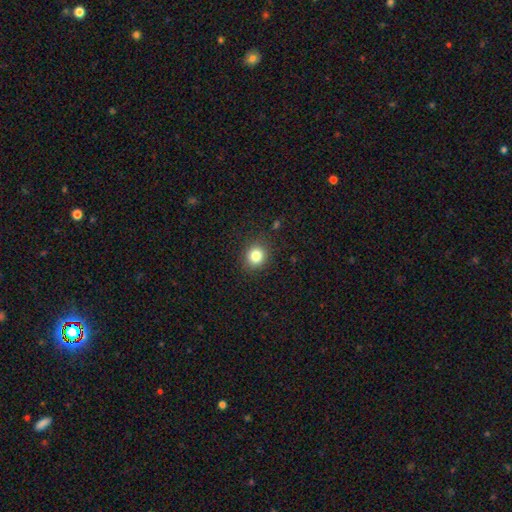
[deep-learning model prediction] smooth 83%, star or artifact 12%, featured or disk 6%. Down the decision tree: how rounded — round (83%); merging — none (88%).